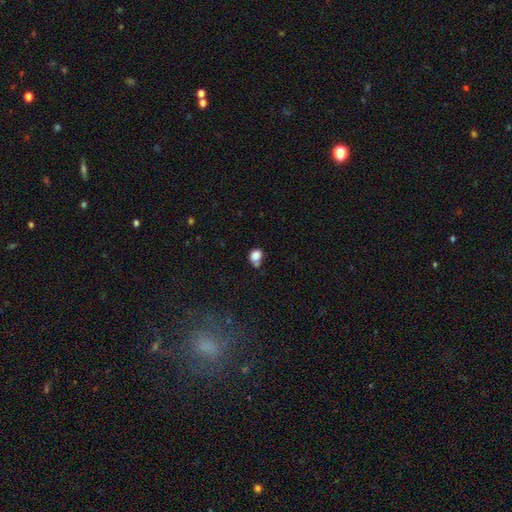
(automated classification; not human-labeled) A smooth galaxy with no disk features (82%) that is round (53%).

Vote fractions:
- Smooth or featured? smooth: 82% / star or artifact: 10% / featured or disk: 7%
- How rounded? round: 53% / in between: 46% / cigar-shaped: 1%
- Merging? none: 37% / minor disturbance: 34% / major disturbance: 15% / merger: 13%